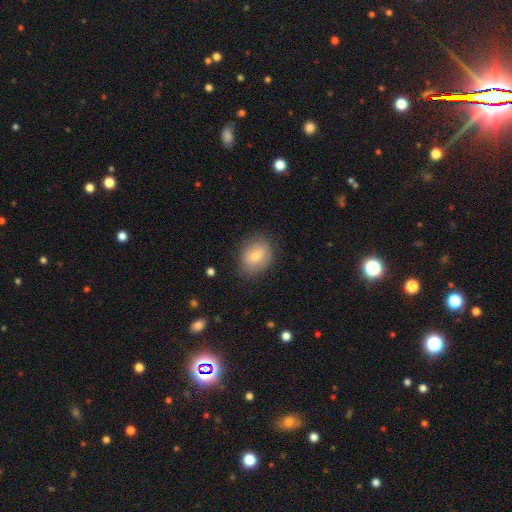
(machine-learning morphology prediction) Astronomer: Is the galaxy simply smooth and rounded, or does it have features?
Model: smooth — 73%.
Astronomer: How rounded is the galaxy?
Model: in between — 59% (runner-up: round, 40%).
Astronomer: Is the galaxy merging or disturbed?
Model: none — 77%.